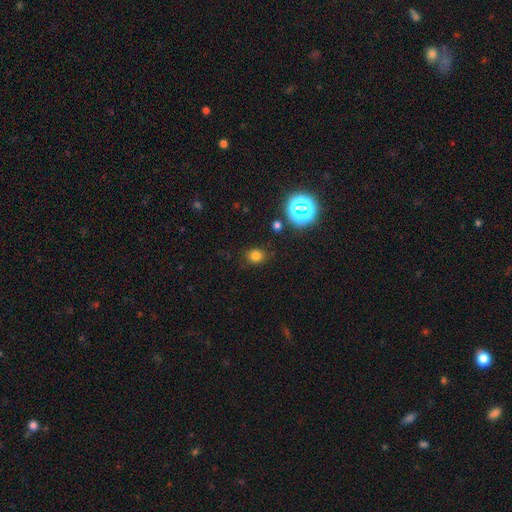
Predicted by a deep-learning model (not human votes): smooth-or-featured: smooth: 74% | star or artifact: 20% | featured or disk: 6%
  how-rounded: round: 77% | in between: 22% | cigar-shaped: 1%
  merging: none: 84% | minor disturbance: 11% | major disturbance: 3% | merger: 2%